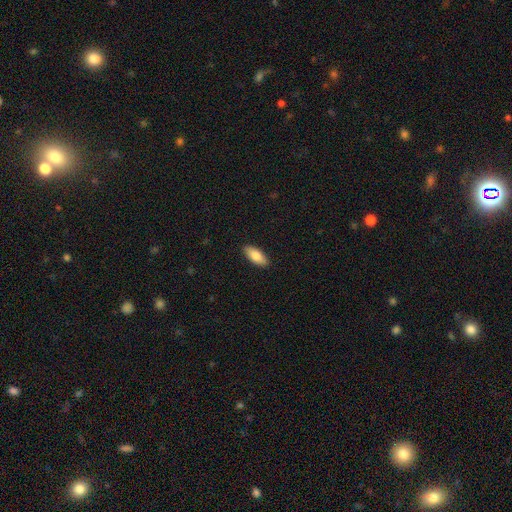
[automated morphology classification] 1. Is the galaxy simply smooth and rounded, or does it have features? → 84% smooth, 10% featured or disk, 6% star or artifact.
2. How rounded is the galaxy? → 81% in between, 17% cigar-shaped, 2% round.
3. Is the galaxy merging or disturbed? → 90% none, 8% minor disturbance, 2% major disturbance, 1% merger.